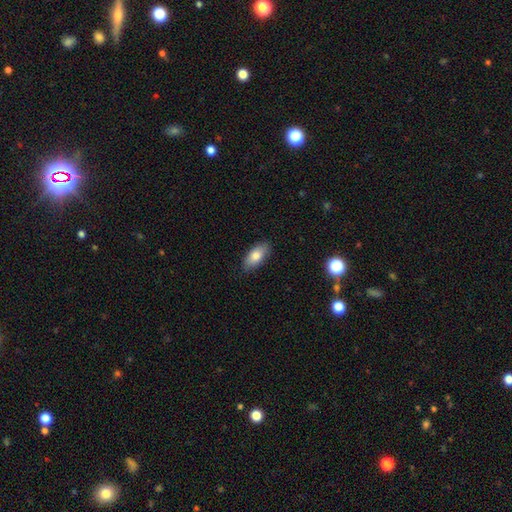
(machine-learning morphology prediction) Smooth or featured? smooth (80%)
How rounded? in between (88%)
Merging? none (86%)